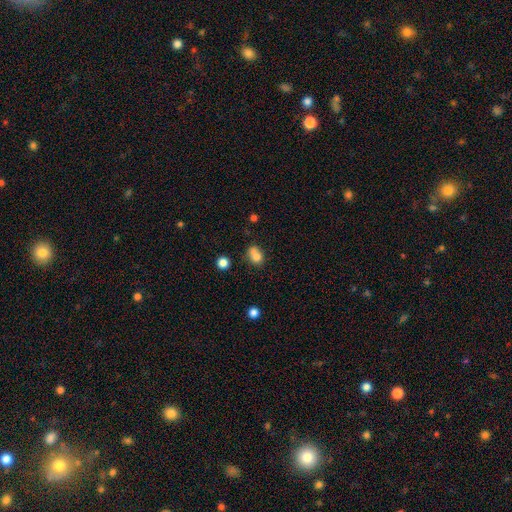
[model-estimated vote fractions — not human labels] Smooth or featured: smooth — 76% (star or artifact — 12%)
How rounded: round — 55% (in between — 44%)
Merging: none — 39% (merger — 37%)